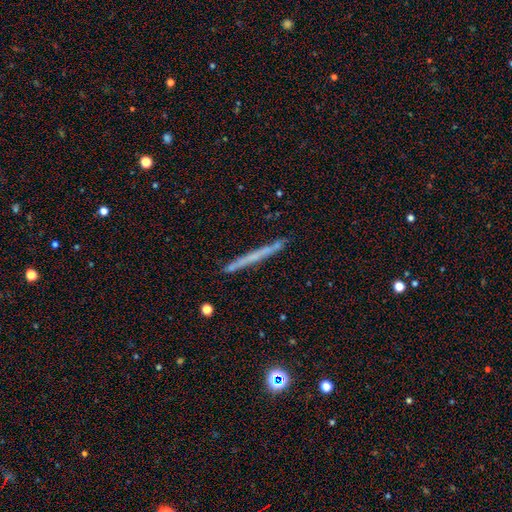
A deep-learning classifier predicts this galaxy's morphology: smooth_or_featured: featured or disk (p=0.50) [alt: smooth p=0.41]
disk_edge_on: yes (p=0.96) [alt: no p=0.04]
merging: none (p=0.89) [alt: minor disturbance p=0.08]